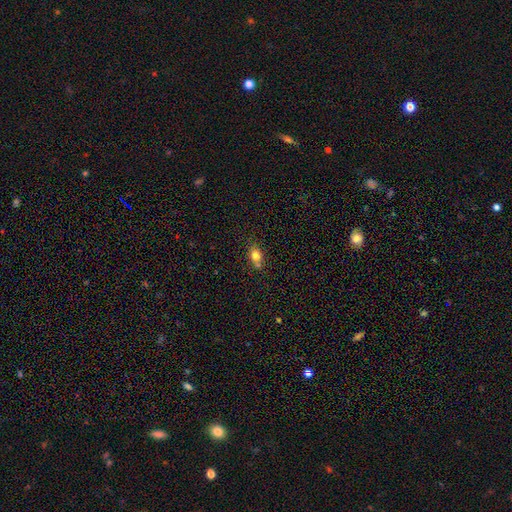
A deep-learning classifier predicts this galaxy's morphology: Smooth or featured: smooth — 77% (star or artifact — 12%)
How rounded: in between — 58% (round — 40%)
Merging: none — 61% (merger — 19%)